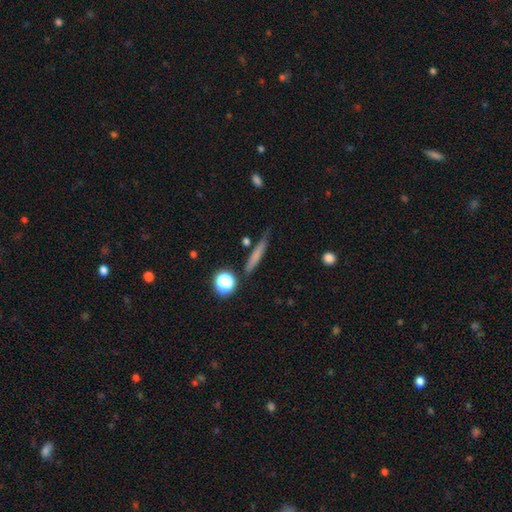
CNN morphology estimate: smooth 67%, featured or disk 23%, star or artifact 10%. Down the decision tree: how rounded — cigar-shaped (87%); merging — none (78%).